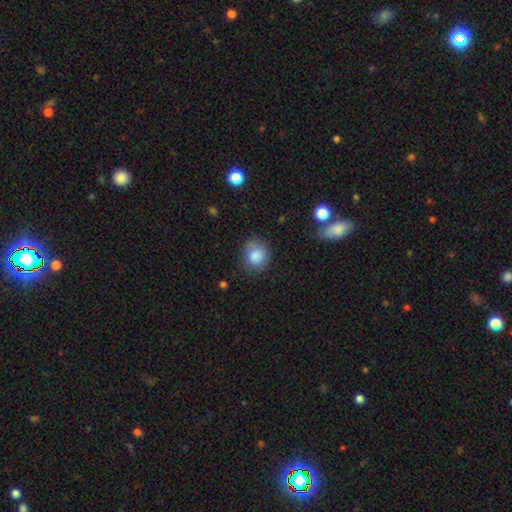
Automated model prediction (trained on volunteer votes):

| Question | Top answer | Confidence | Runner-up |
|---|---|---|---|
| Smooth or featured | smooth | 84% | star or artifact (8%) |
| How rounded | round | 71% | in between (28%) |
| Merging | none | 72% | minor disturbance (20%) |